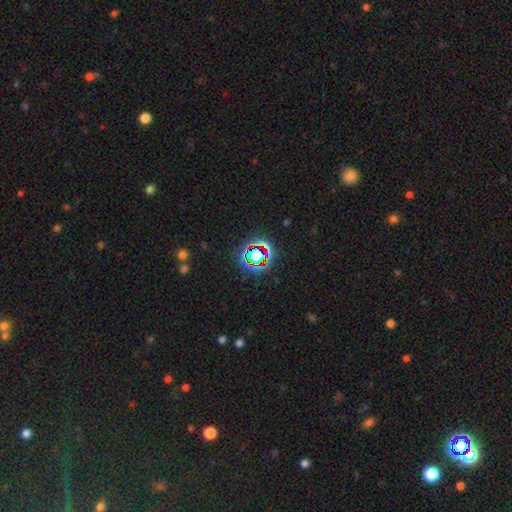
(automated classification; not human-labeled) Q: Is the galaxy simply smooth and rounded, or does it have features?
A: star or artifact — 68%.